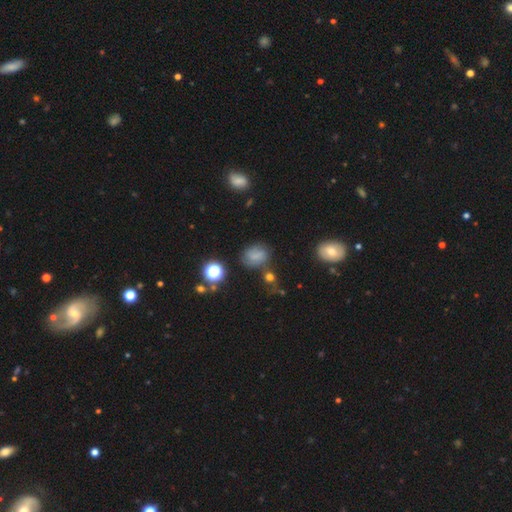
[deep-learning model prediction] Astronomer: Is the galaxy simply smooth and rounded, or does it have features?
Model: smooth — 62%.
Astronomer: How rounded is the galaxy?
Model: in between — 54% (runner-up: round, 44%).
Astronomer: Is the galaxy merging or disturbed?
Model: none — 61%.